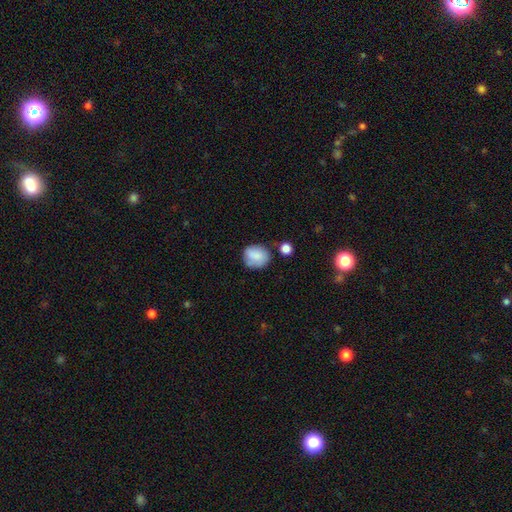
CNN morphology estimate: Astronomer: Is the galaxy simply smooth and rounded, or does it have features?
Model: smooth — 82%.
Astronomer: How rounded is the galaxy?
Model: round — 72%.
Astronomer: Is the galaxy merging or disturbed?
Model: none — 62%.